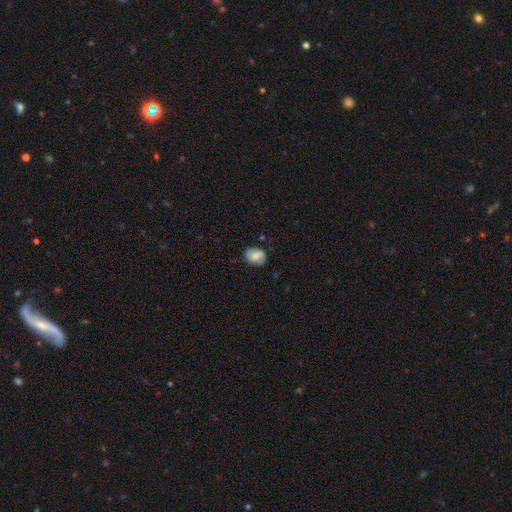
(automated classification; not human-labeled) A smooth galaxy with no disk features (60%) that is in between round and cigar-shaped (62%). Merging: none (75%).